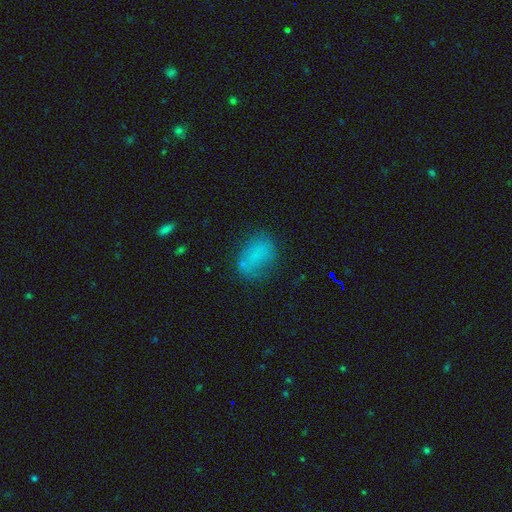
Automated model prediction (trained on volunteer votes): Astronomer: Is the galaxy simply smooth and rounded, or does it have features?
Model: smooth — 70%.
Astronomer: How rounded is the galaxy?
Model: in between — 78%.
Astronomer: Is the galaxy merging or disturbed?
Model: none — 60%.